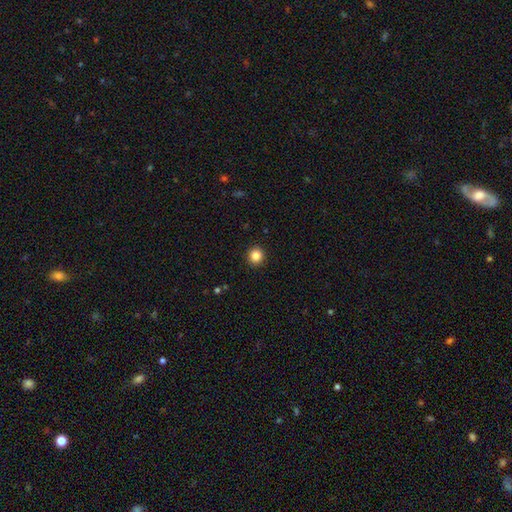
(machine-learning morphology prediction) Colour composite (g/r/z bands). It shows a smooth galaxy with no disk features (85%) that is round (92%). Merging: none (93%).